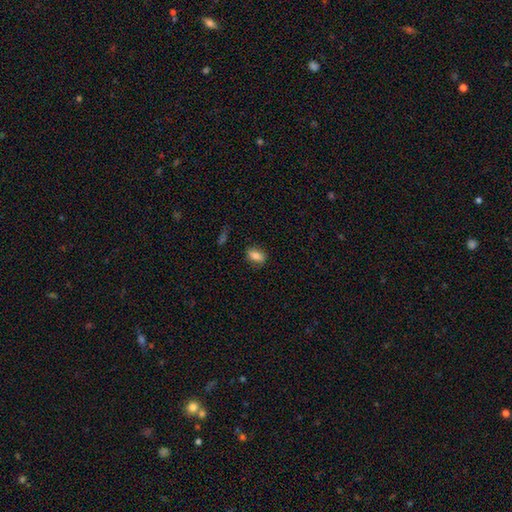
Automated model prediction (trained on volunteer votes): Smooth or featured? Predicted: smooth (p=0.80). How rounded? Predicted: in between (p=0.83). Merging? Predicted: none (p=0.82).